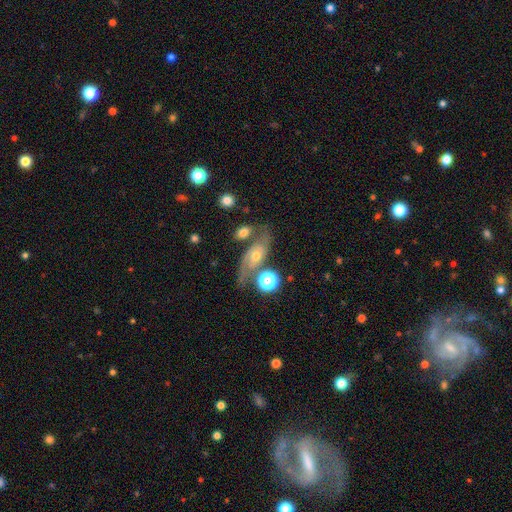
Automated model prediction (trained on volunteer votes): Q: Smooth or featured?
A: featured or disk (73%); runner-up: smooth (19%)
Q: Edge-on disk?
A: no (92%); runner-up: yes (8%)
Q: Bar?
A: no (69%); runner-up: weak (24%)
Q: Spiral arms?
A: yes (88%); runner-up: no (12%)
Q: Spiral winding?
A: medium (45%); runner-up: loose (31%)
Q: Spiral arm count?
A: 2 (85%); runner-up: can't tell (7%)
Q: Bulge size?
A: moderate (53%); runner-up: small (39%)
Q: Merging?
A: none (57%); runner-up: minor disturbance (18%)